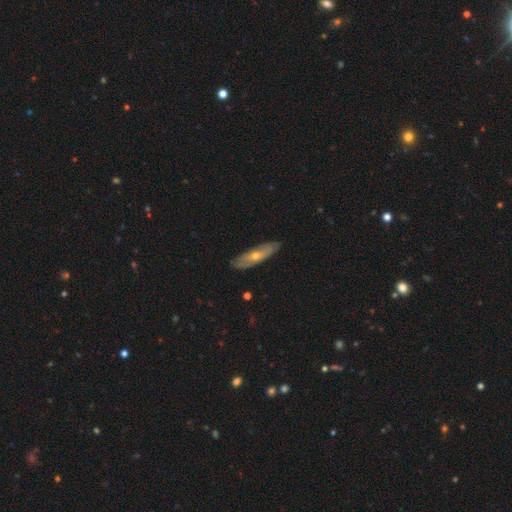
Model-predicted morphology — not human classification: A featured or disk galaxy (59%).

Vote fractions:
- Smooth or featured? featured or disk: 59% / smooth: 35% / star or artifact: 6%
- Edge-on disk? no: 53% / yes: 47%
- Merging? none: 85% / minor disturbance: 12% / major disturbance: 2% / merger: 1%